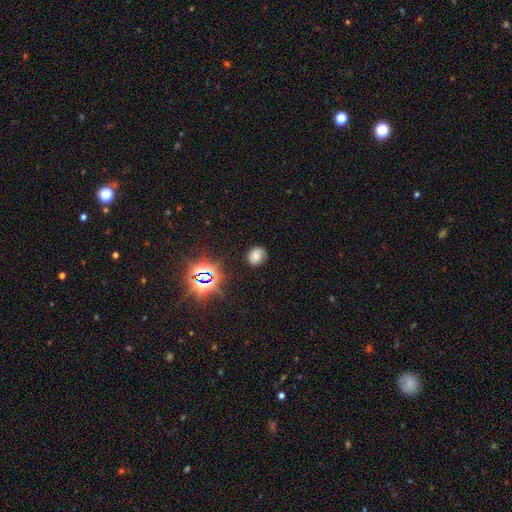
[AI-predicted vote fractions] This appears to be a smooth galaxy with no disk features (56%) that is round (58%). Merging: none (71%).